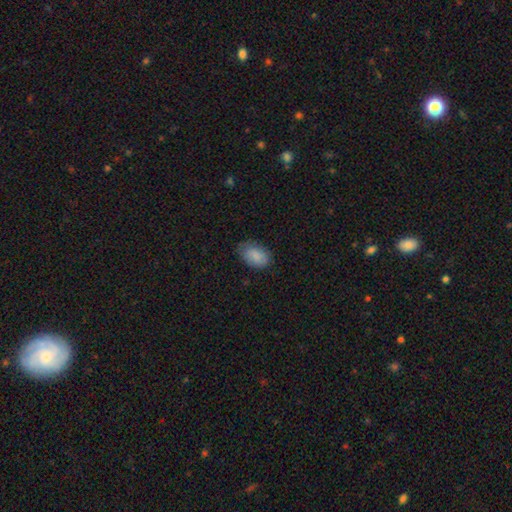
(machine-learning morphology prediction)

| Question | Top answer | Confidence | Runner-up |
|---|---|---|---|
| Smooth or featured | smooth | 87% | star or artifact (7%) |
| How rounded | in between | 87% | round (12%) |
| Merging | none | 68% | minor disturbance (26%) |